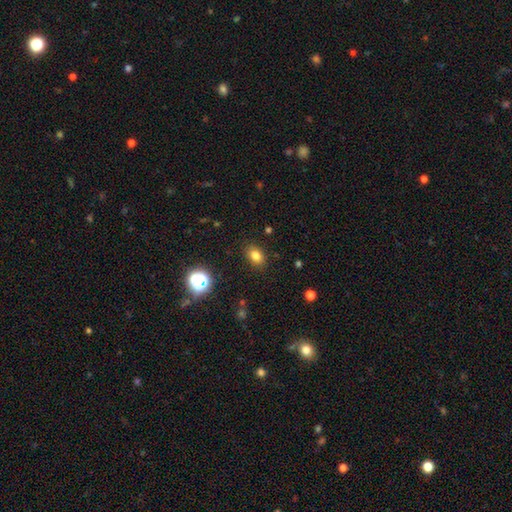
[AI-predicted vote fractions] Smooth or featured? Predicted: smooth (p=0.79). How rounded? Predicted: in between (p=0.72). Merging? Predicted: none (p=0.88).